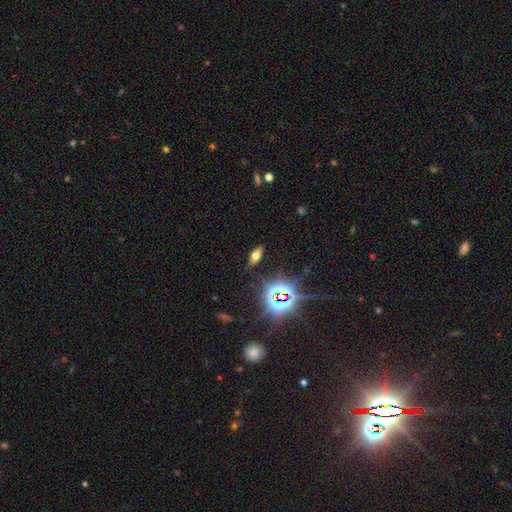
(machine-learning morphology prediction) Smooth or featured? smooth (50%)
How rounded? in between (74%)
Merging? none (87%)